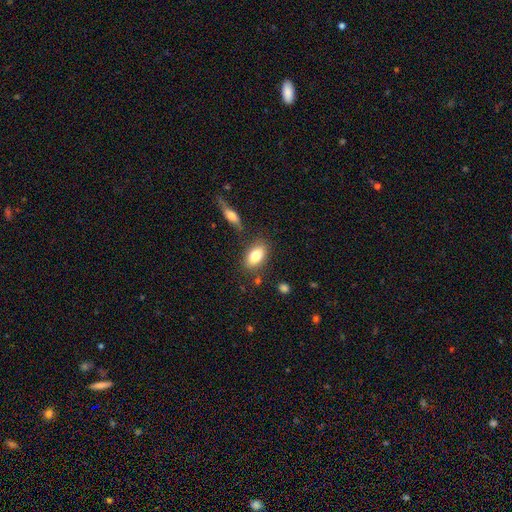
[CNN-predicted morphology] A smooth galaxy with no disk features (81%) that is in between round and cigar-shaped (90%).

Vote fractions:
- Smooth or featured? smooth: 81% / featured or disk: 12% / star or artifact: 7%
- How rounded? in between: 90% / round: 6% / cigar-shaped: 4%
- Merging? none: 78% / minor disturbance: 12% / merger: 6% / major disturbance: 3%